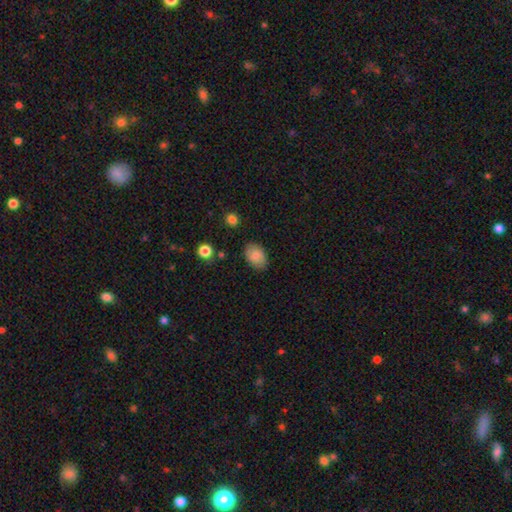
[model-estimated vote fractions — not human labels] Q: Smooth or featured?
A: smooth (83%); runner-up: featured or disk (9%)
Q: How rounded?
A: in between (80%); runner-up: round (19%)
Q: Merging?
A: none (83%); runner-up: minor disturbance (12%)